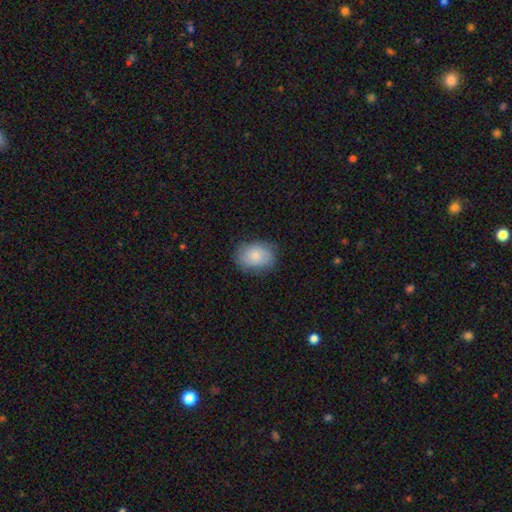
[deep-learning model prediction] smooth_or_featured: smooth (p=0.77) [alt: featured or disk p=0.16]
how_rounded: in between (p=0.67) [alt: round p=0.32]
merging: none (p=0.76) [alt: minor disturbance p=0.18]